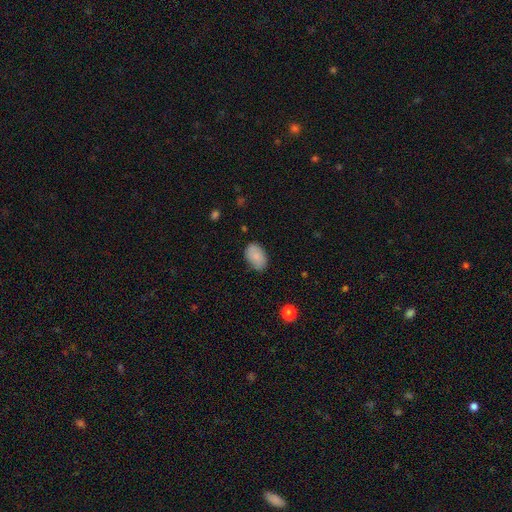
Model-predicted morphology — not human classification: Q: Smooth or featured?
A: smooth (83%); runner-up: featured or disk (9%)
Q: How rounded?
A: in between (89%); runner-up: round (10%)
Q: Merging?
A: none (75%); runner-up: minor disturbance (20%)